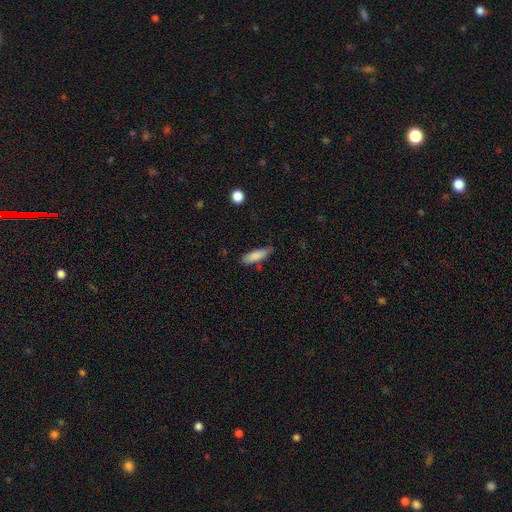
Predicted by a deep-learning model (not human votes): Overall: smooth (85%). How rounded: in between (51%; cigar-shaped 47%). Merging: none (71%).